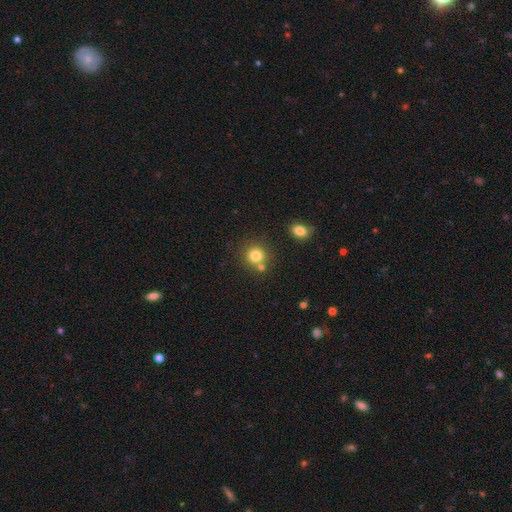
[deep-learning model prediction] Overall: smooth (81%). How rounded: round (89%). Merging: none (67%).